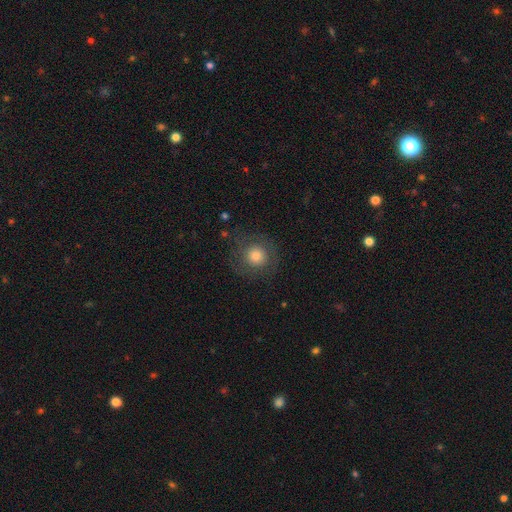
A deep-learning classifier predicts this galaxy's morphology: smooth-or-featured: smooth: 68% | featured or disk: 21% | star or artifact: 11%
  how-rounded: round: 93% | in between: 6% | cigar-shaped: 1%
  merging: none: 77% | minor disturbance: 13% | major disturbance: 9% | merger: 1%